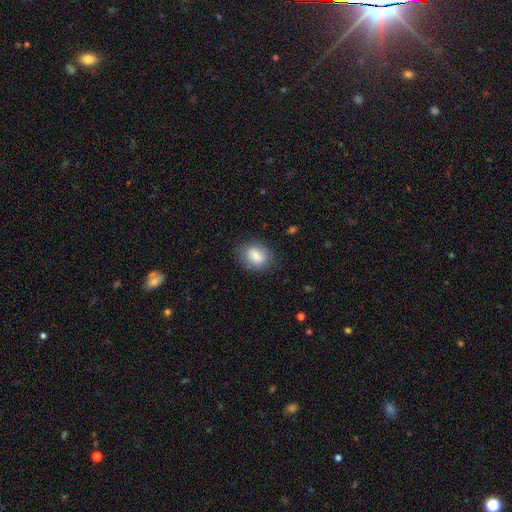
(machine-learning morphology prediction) A smooth galaxy with no disk features (81%) that is in between round and cigar-shaped (52%). Merging: none (81%).